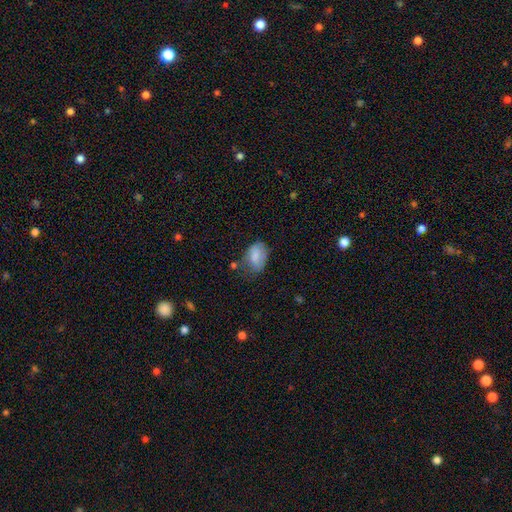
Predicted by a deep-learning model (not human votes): The model was most divided on "merging": none: 52%, minor disturbance: 33%, major disturbance: 11%, merger: 5%. More confident: how rounded — in between (86%); smooth or featured — smooth (79%).